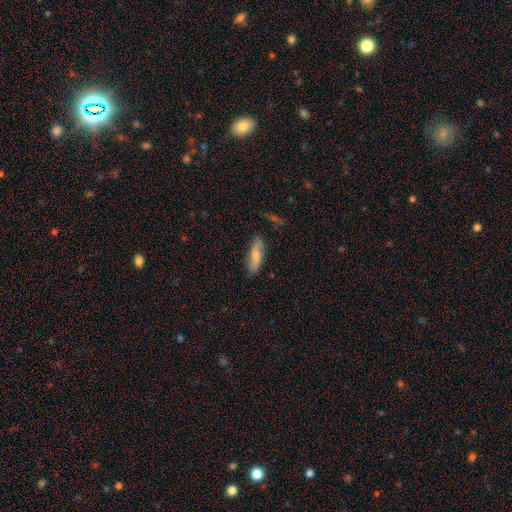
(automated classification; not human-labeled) Morphology: type=smooth (65%); roundness=in between (54%); merging=none (77%).